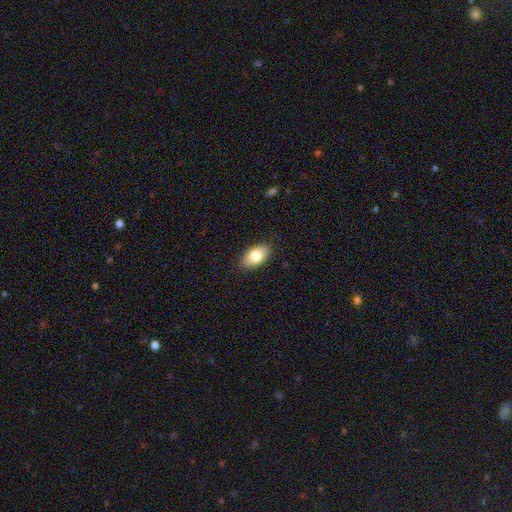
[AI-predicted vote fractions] Q: Smooth or featured?
A: smooth (79%); runner-up: featured or disk (14%)
Q: How rounded?
A: in between (93%); runner-up: round (5%)
Q: Merging?
A: none (87%); runner-up: minor disturbance (10%)